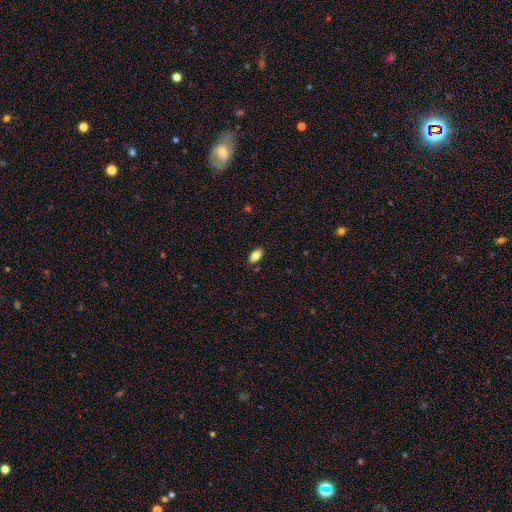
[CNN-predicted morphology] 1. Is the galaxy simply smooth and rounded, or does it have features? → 83% smooth, 9% featured or disk, 8% star or artifact.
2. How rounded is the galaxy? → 91% in between, 5% cigar-shaped, 4% round.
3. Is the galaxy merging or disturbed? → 86% none, 10% minor disturbance, 2% major disturbance, 1% merger.